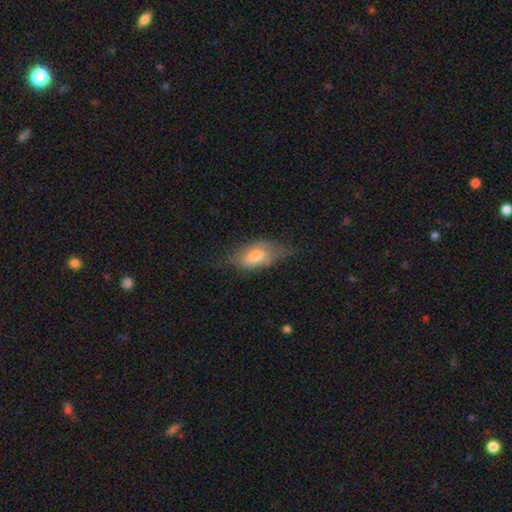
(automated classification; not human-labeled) A smooth galaxy with no disk features (57%) that is in between round and cigar-shaped (83%). Merging: none (44%).